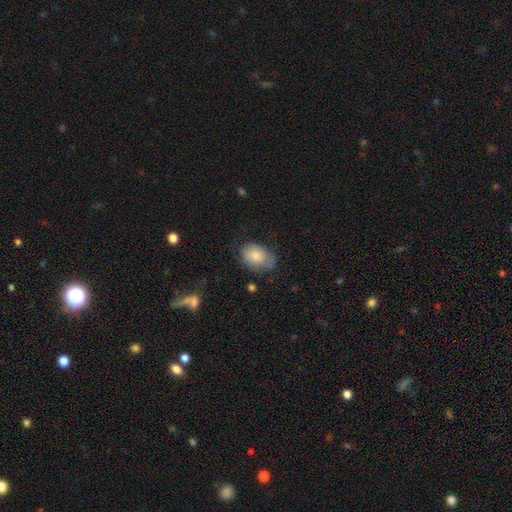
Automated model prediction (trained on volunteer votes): smooth_or_featured: smooth (p=0.81) [alt: featured or disk p=0.12]
how_rounded: in between (p=0.83) [alt: round p=0.16]
merging: none (p=0.61) [alt: minor disturbance p=0.29]